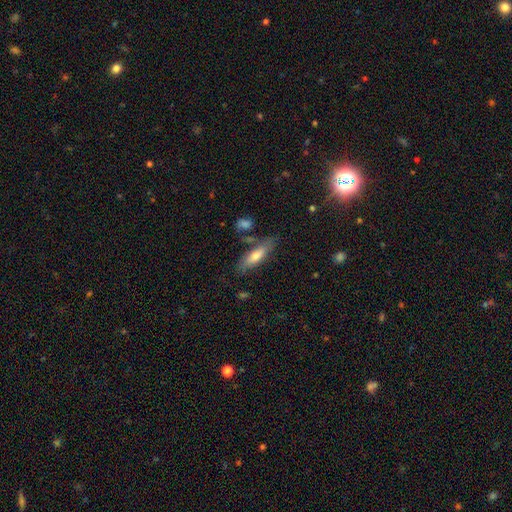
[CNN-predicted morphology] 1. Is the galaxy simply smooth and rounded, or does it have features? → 62% smooth, 31% featured or disk, 7% star or artifact.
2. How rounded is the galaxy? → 55% cigar-shaped, 43% in between, 2% round.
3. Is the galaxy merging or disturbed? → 70% none, 18% minor disturbance, 8% merger, 5% major disturbance.